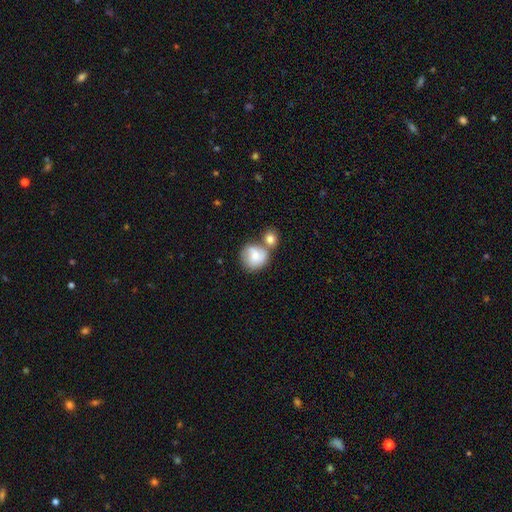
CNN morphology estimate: Q: Smooth or featured?
A: smooth (68%); runner-up: featured or disk (25%)
Q: How rounded?
A: round (83%); runner-up: in between (16%)
Q: Merging?
A: merger (42%); runner-up: none (39%)